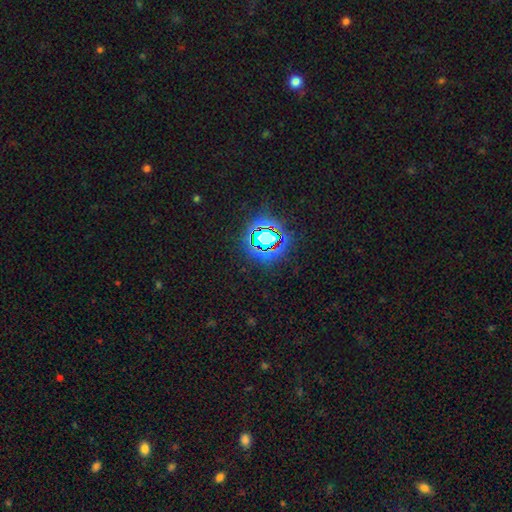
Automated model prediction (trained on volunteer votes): Smooth or featured? star or artifact (81%)